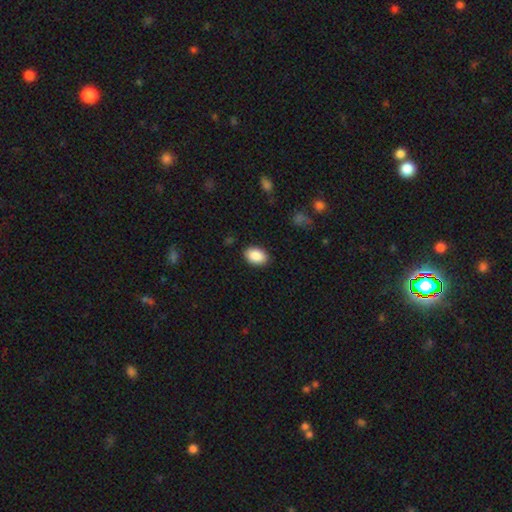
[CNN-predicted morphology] A smooth galaxy with no disk features (89%) that is in between round and cigar-shaped (87%). Merging: none (88%).